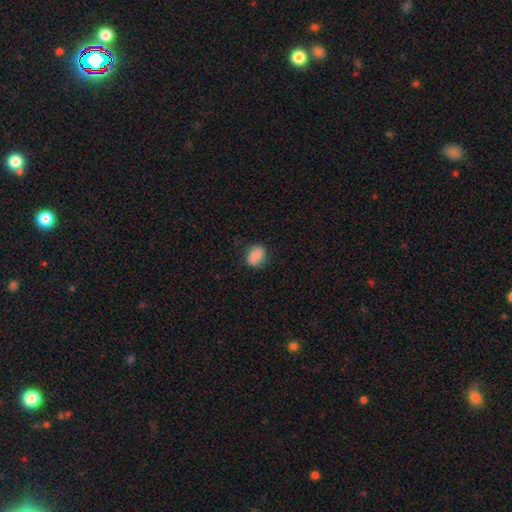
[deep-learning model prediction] Overall: smooth (82%). How rounded: in between (56%; round 43%). Merging: none (77%).